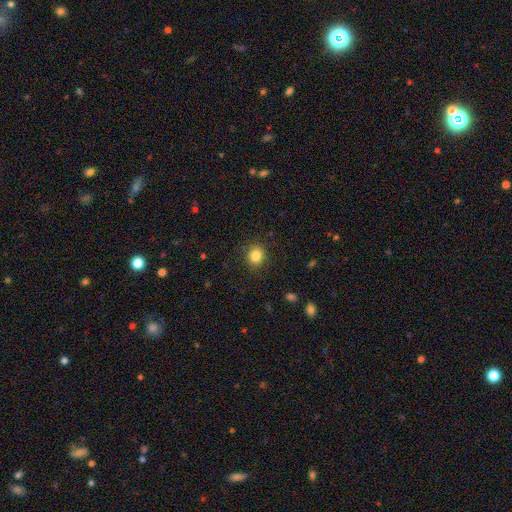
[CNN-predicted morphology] smooth-or-featured: smooth: 84% | star or artifact: 11% | featured or disk: 5%
  how-rounded: round: 81% | in between: 18% | cigar-shaped: 1%
  merging: none: 89% | minor disturbance: 7% | major disturbance: 2% | merger: 1%